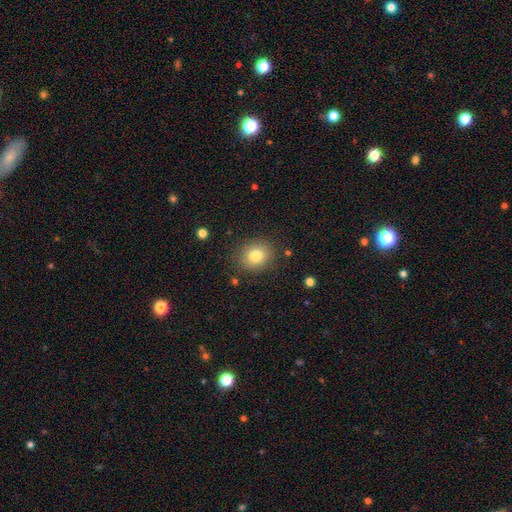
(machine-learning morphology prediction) This is likely a smooth galaxy (80%). How rounded: likely round (72%). Merging: clearly none (85%).